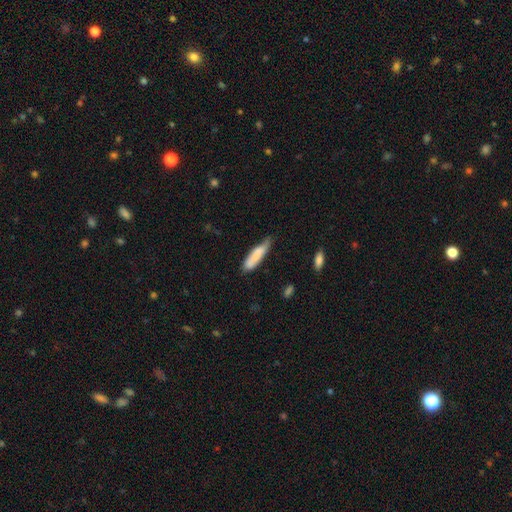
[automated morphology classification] Q: Smooth or featured?
A: smooth (78%); runner-up: featured or disk (15%)
Q: How rounded?
A: cigar-shaped (68%); runner-up: in between (31%)
Q: Merging?
A: none (52%); runner-up: minor disturbance (37%)